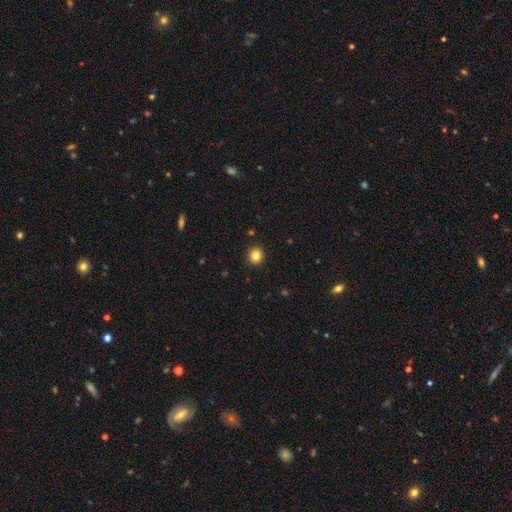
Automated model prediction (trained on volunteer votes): Smooth or featured?
  - smooth: 83% *
  - star or artifact: 12%
  - featured or disk: 6%
How rounded?
  - round: 89% *
  - in between: 10%
  - cigar-shaped: 1%
Merging?
  - none: 93% *
  - minor disturbance: 5%
  - major disturbance: 2%
  - merger: 1%